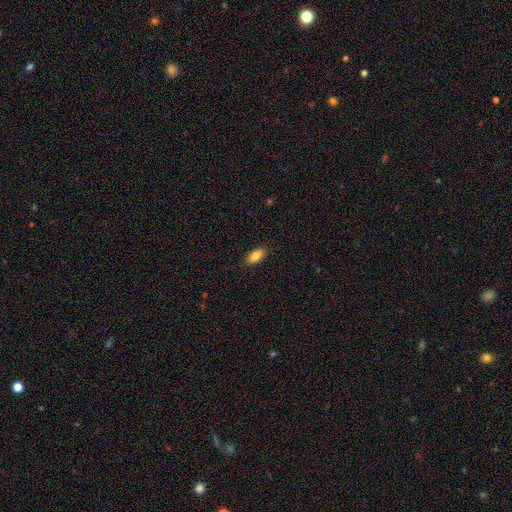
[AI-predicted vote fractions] The model was most divided on "merging": none: 86%, minor disturbance: 11%, major disturbance: 2%, merger: 1%. More confident: how rounded — in between (87%); smooth or featured — smooth (85%).